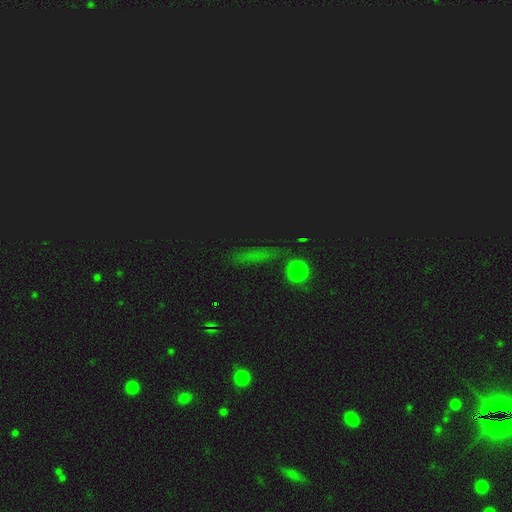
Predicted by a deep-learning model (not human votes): A star or artifact, not a galaxy (48%).